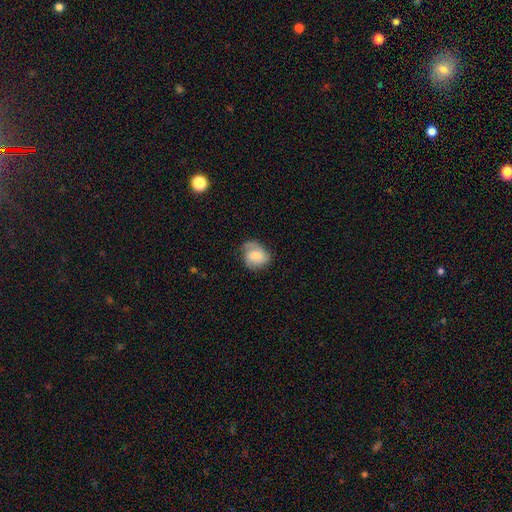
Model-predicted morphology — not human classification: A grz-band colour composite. It shows a smooth galaxy with no disk features (48%). Merging: none (59%).